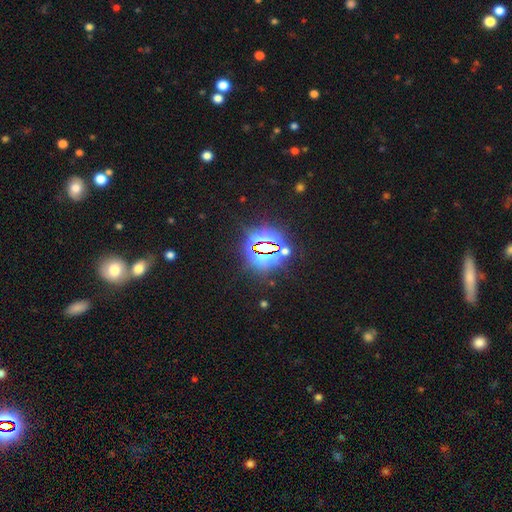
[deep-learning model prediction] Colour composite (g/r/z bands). It shows a star or artifact, not a galaxy (81%).